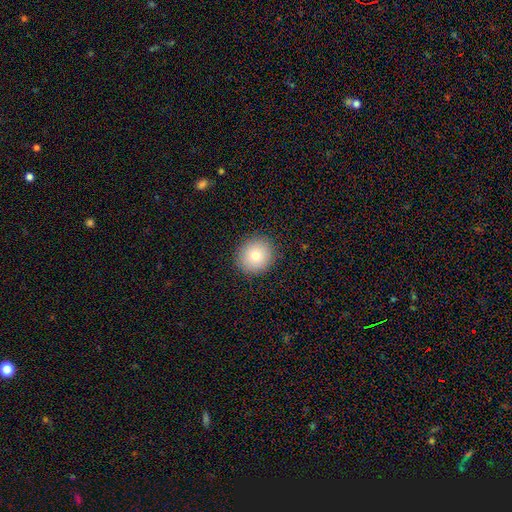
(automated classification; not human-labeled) smooth_or_featured: smooth (p=0.80) [alt: featured or disk p=0.11]
how_rounded: round (p=0.87) [alt: in between p=0.12]
merging: none (p=0.90) [alt: minor disturbance p=0.07]